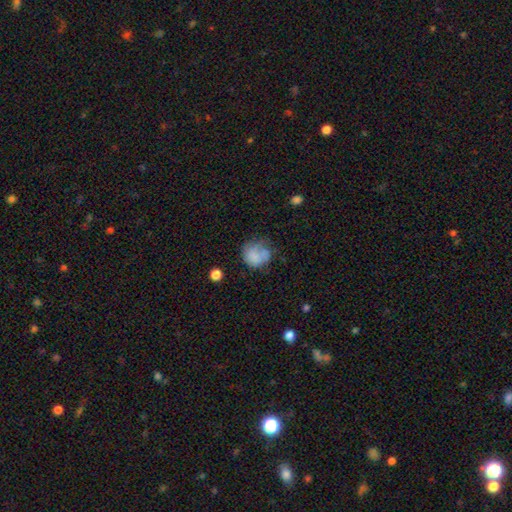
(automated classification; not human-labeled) smooth_or_featured: smooth (p=0.70) [alt: featured or disk p=0.21]
how_rounded: round (p=0.76) [alt: in between p=0.23]
merging: none (p=0.44) [alt: minor disturbance p=0.27]